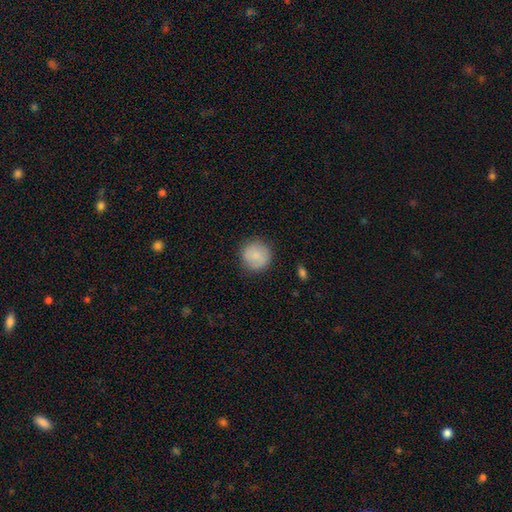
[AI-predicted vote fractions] Overall: smooth (82%). How rounded: round (94%). Merging: none (84%).